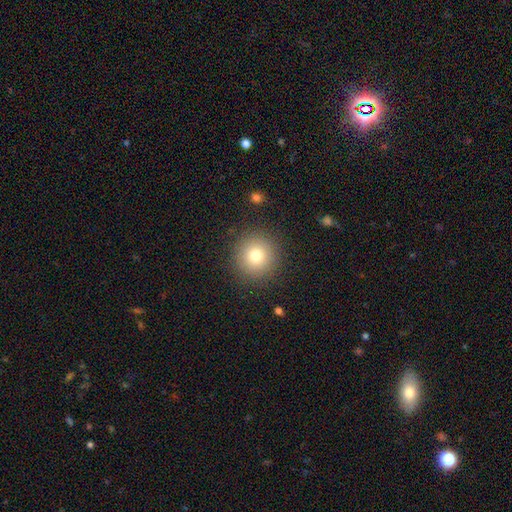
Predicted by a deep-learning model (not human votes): Overall: smooth (77%). How rounded: round (94%). Merging: none (90%).